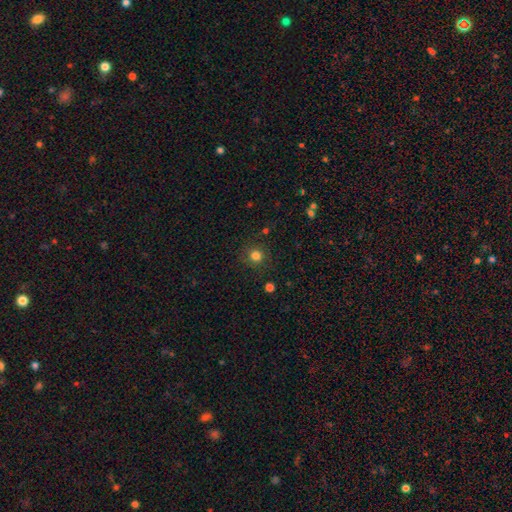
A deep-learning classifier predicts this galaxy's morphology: Q: Smooth or featured?
A: smooth (80%); runner-up: star or artifact (14%)
Q: How rounded?
A: round (93%); runner-up: in between (7%)
Q: Merging?
A: none (87%); runner-up: minor disturbance (8%)